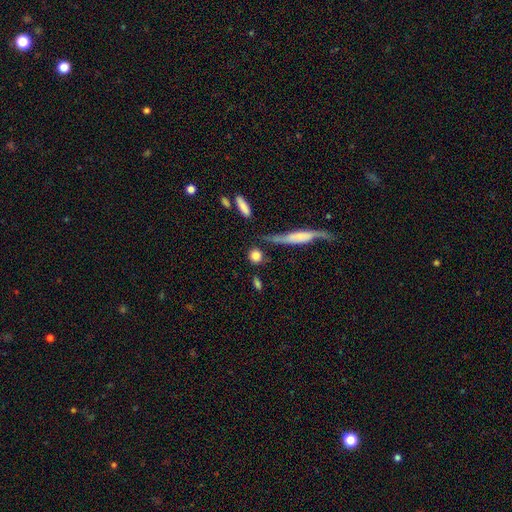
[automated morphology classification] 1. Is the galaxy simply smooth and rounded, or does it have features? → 82% smooth, 10% featured or disk, 8% star or artifact.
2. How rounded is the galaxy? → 73% round, 18% in between, 9% cigar-shaped.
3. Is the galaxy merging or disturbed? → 72% none, 12% minor disturbance, 10% merger, 6% major disturbance.